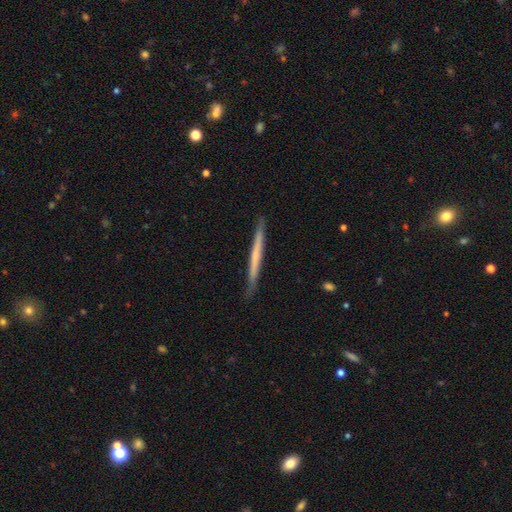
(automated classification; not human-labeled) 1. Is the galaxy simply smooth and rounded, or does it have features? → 48% featured or disk, 47% smooth, 5% star or artifact.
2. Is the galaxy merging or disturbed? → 88% none, 10% minor disturbance, 2% major disturbance, 1% merger.